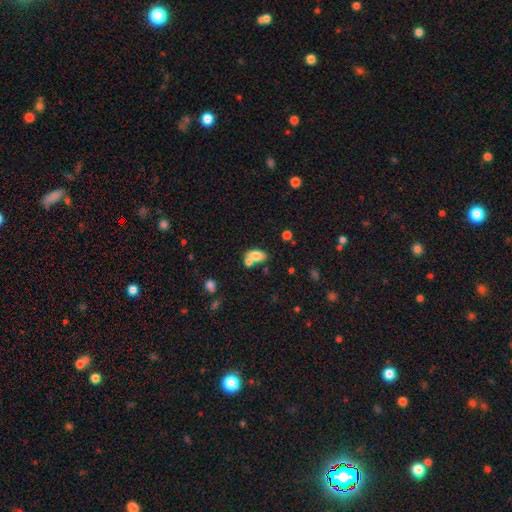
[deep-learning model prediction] Smooth or featured? Predicted: smooth (p=0.76). How rounded? Predicted: in between (p=0.88). Merging? Predicted: none (p=0.42).